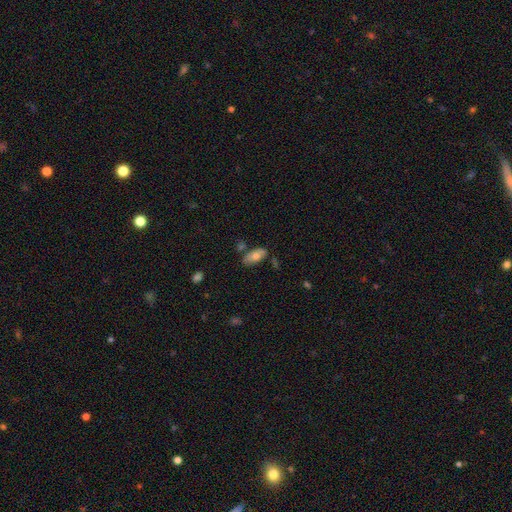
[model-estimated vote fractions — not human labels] Smooth or featured? Predicted: smooth (p=0.71). How rounded? Predicted: in between (p=0.89). Merging? Predicted: none (p=0.69).